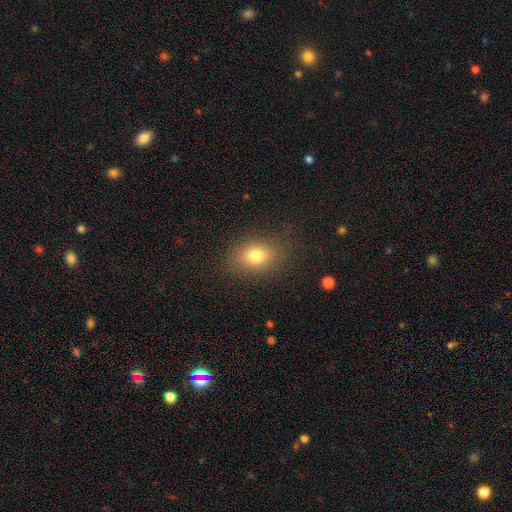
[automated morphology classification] Smooth or featured? smooth (79%)
How rounded? in between (71%)
Merging? none (80%)